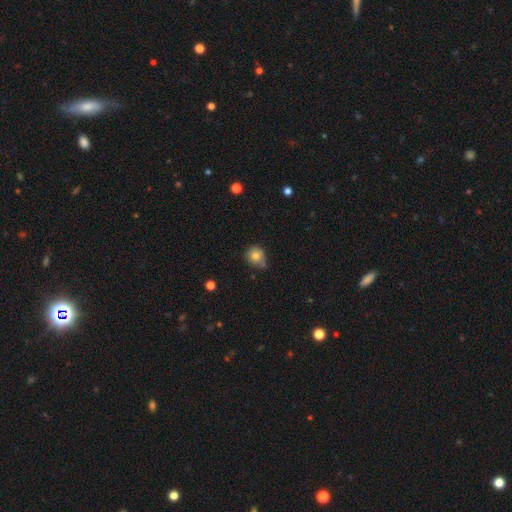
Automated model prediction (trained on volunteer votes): This appears to be a smooth galaxy with no disk features (77%) that is round (79%). Merging: none (51%).